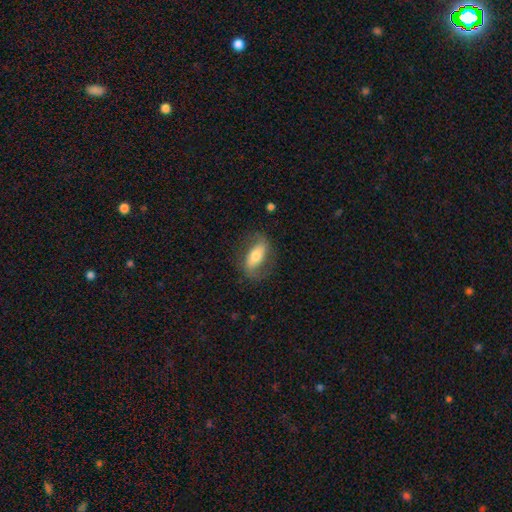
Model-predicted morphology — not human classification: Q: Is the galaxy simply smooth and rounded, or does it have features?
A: featured or disk — 50%.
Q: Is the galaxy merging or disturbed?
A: none — 72%.